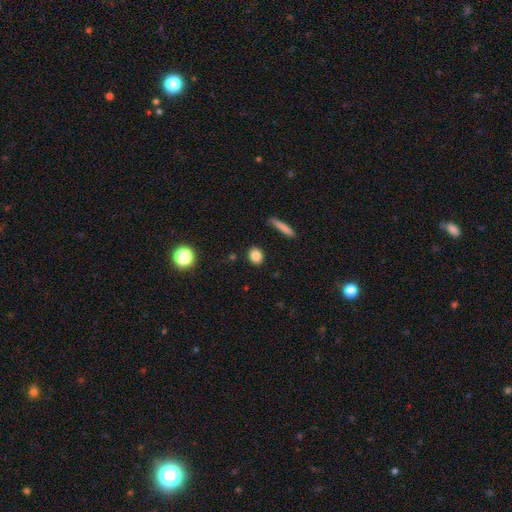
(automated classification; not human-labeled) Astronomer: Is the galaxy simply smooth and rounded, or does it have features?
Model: smooth — 84%.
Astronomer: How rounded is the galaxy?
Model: round — 56% (runner-up: in between, 40%).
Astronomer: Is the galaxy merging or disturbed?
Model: none — 89%.